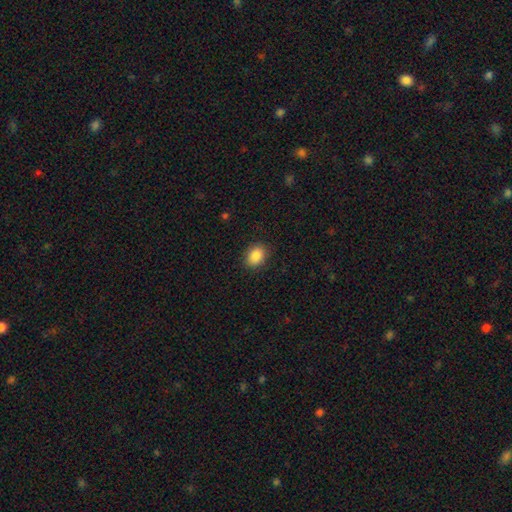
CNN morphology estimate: Smooth or featured: smooth — 87% (star or artifact — 8%)
How rounded: in between — 63% (round — 36%)
Merging: none — 87% (minor disturbance — 9%)